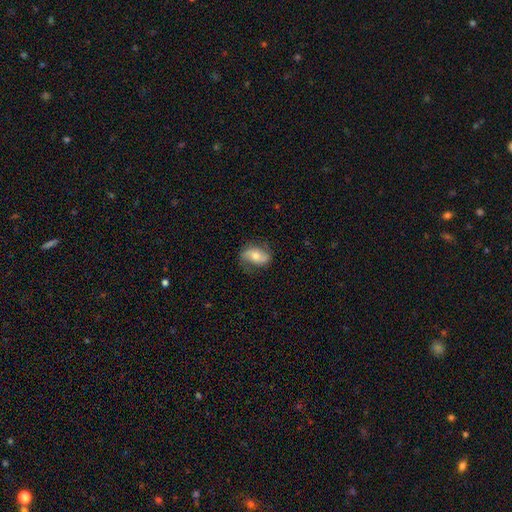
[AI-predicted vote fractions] Q: Smooth or featured?
A: featured or disk (50%); runner-up: smooth (41%)
Q: Edge-on disk?
A: no (94%); runner-up: yes (6%)
Q: Merging?
A: none (71%); runner-up: minor disturbance (20%)